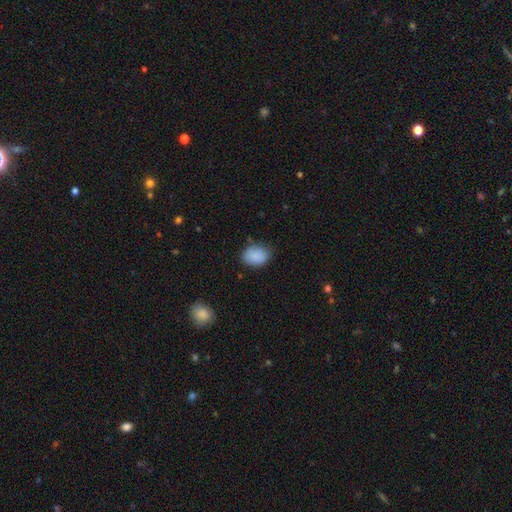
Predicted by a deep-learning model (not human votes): smooth-or-featured: smooth: 88% | star or artifact: 7% | featured or disk: 5%
  how-rounded: in between: 72% | round: 27% | cigar-shaped: 1%
  merging: none: 74% | minor disturbance: 20% | major disturbance: 4% | merger: 2%